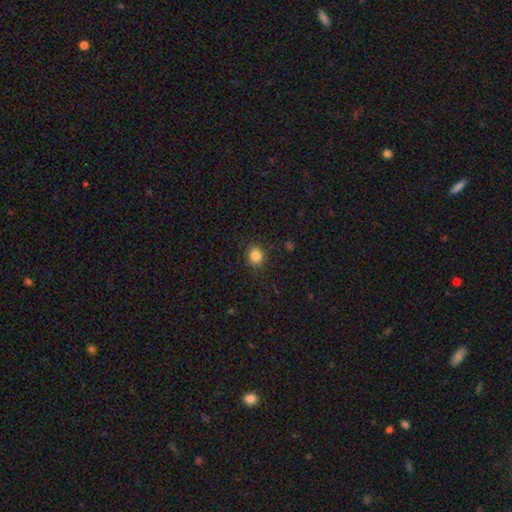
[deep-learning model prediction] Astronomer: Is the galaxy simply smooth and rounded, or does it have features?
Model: smooth — 84%.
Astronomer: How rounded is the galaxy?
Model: round — 74%.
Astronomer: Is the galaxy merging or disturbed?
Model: none — 89%.